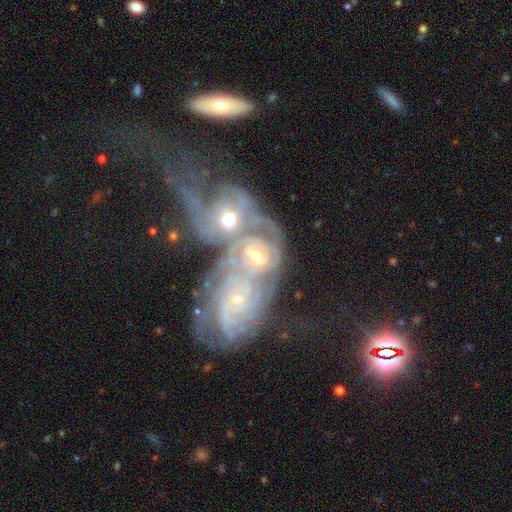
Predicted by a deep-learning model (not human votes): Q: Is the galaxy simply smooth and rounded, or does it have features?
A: featured or disk — 81%.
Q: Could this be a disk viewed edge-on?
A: no — 97%.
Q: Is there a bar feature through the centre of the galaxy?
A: no — 61%.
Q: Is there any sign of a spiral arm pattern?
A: yes — 89%.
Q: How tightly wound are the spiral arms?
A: tight — 67%.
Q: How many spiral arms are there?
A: can't tell — 39%.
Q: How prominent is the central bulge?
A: small — 49%.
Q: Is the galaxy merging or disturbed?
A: merger — 84%.